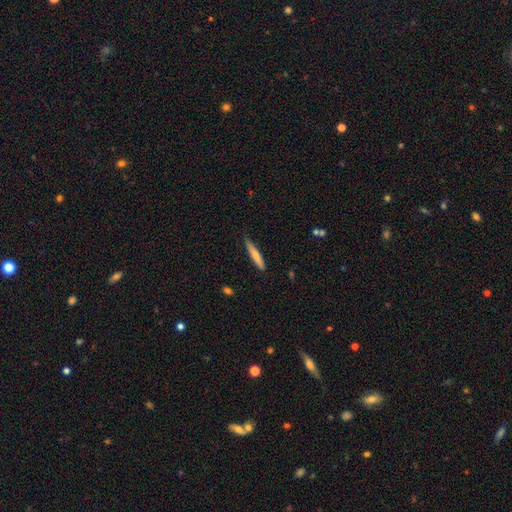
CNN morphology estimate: Overall: smooth (65%; featured or disk 29%). How rounded: cigar-shaped (92%). Merging: none (81%).